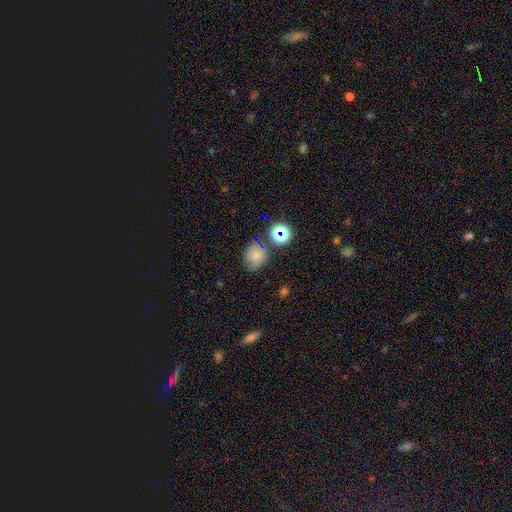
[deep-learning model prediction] This appears to be a smooth galaxy with no disk features (70%) that is round (68%). Merging: none (66%).